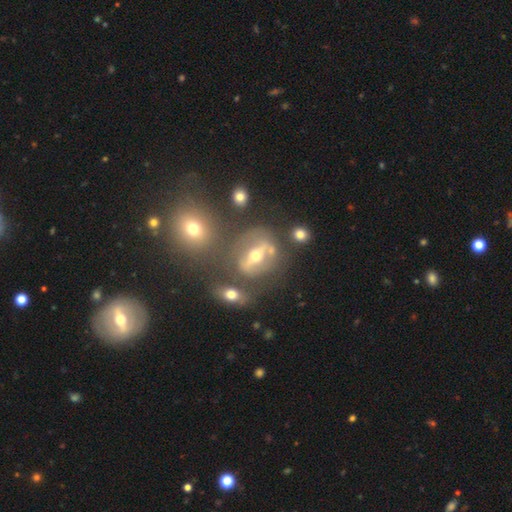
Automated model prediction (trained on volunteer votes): The model was most divided on "bar": strong: 44%, weak: 32%, no: 25%. More confident: edge-on disk — no (87%); bulge size — moderate (64%); smooth or featured — featured or disk (63%); spiral arms — no (59%); merging — none (53%).